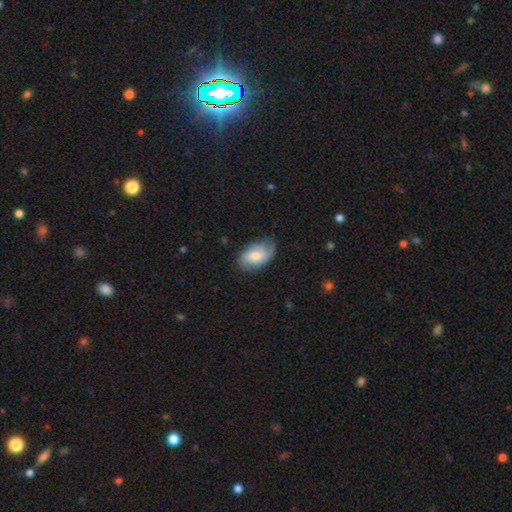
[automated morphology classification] type=smooth (59%); roundness=in between (90%); merging=none (67%).